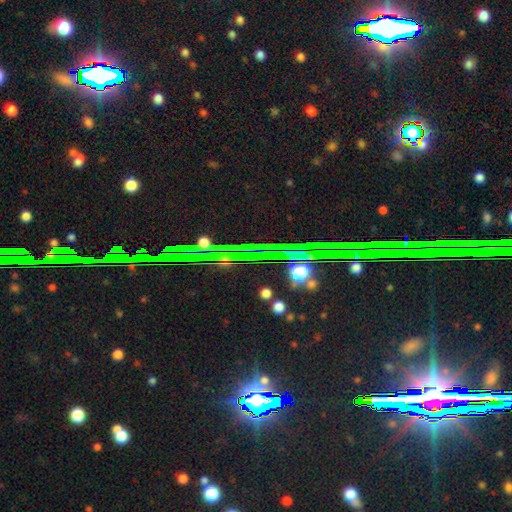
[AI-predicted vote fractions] Overall: star or artifact (80%).